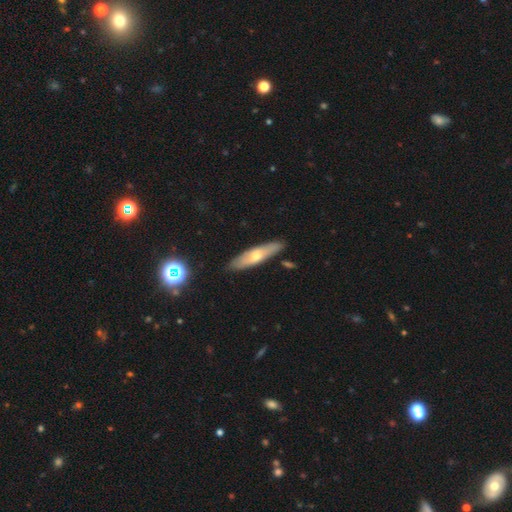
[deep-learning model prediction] Q: Smooth or featured?
A: smooth (47%); runner-up: featured or disk (45%)
Q: Merging?
A: none (86%); runner-up: minor disturbance (10%)